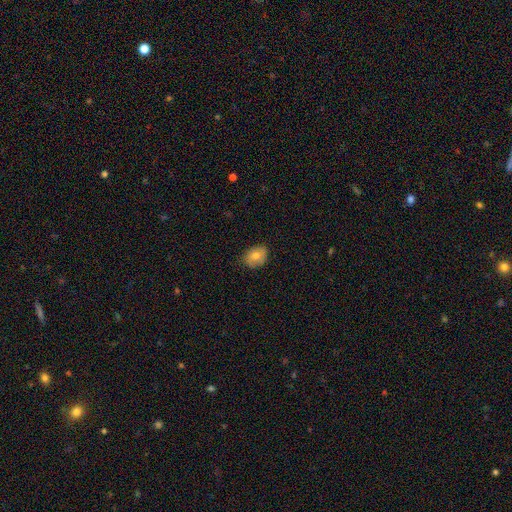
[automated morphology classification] Smooth or featured?
  - smooth: 75% *
  - featured or disk: 17%
  - star or artifact: 9%
How rounded?
  - in between: 68% *
  - round: 31%
  - cigar-shaped: 1%
Merging?
  - none: 82% *
  - minor disturbance: 15%
  - major disturbance: 3%
  - merger: 1%